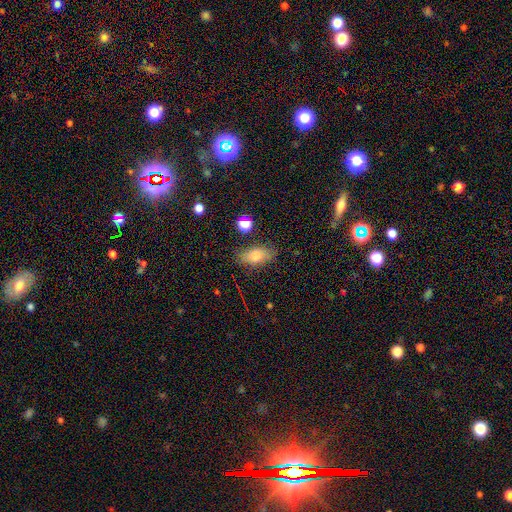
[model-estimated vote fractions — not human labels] A smooth galaxy with no disk features (77%) that is in between round and cigar-shaped (87%). Merging: none (78%).